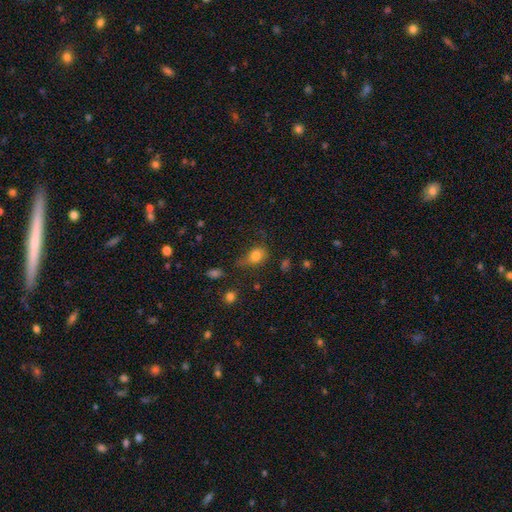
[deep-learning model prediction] This is likely a smooth galaxy (78%). How rounded: possibly in between (60%). Merging: marginally none (41%).